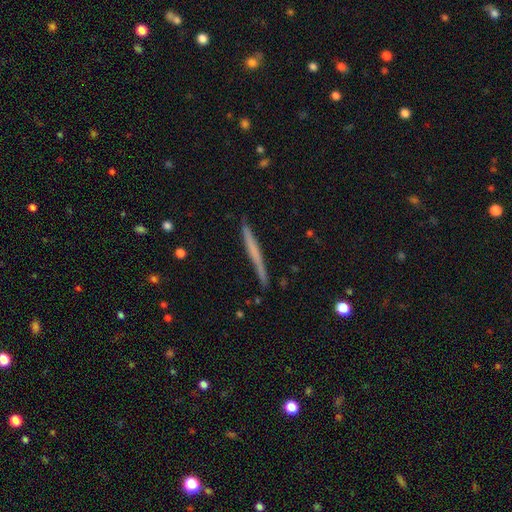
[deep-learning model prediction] Smooth or featured: smooth — 49% (featured or disk — 45%)
Merging: none — 89% (minor disturbance — 8%)